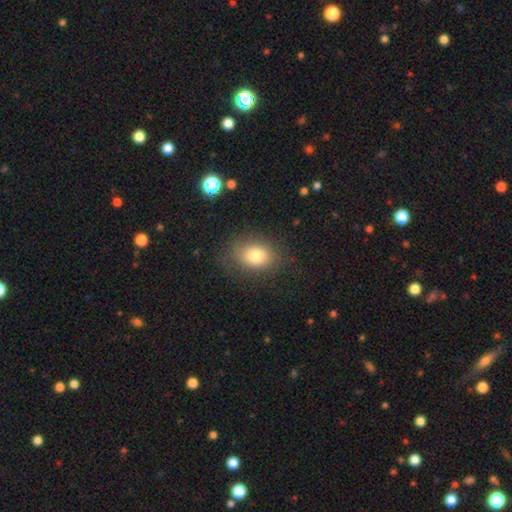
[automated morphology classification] A smooth galaxy with no disk features (78%) that is in between round and cigar-shaped (68%).

Vote fractions:
- Smooth or featured? smooth: 78% / featured or disk: 12% / star or artifact: 10%
- How rounded? in between: 68% / round: 31% / cigar-shaped: 1%
- Merging? none: 76% / minor disturbance: 16% / major disturbance: 6% / merger: 1%